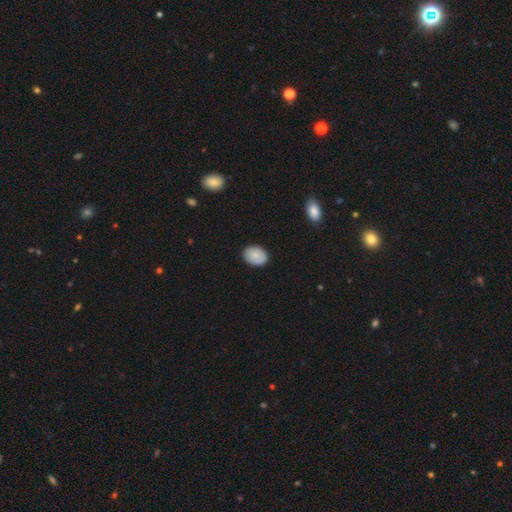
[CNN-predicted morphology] Smooth or featured? Predicted: smooth (p=0.82). How rounded? Predicted: in between (p=0.66). Merging? Predicted: none (p=0.85).